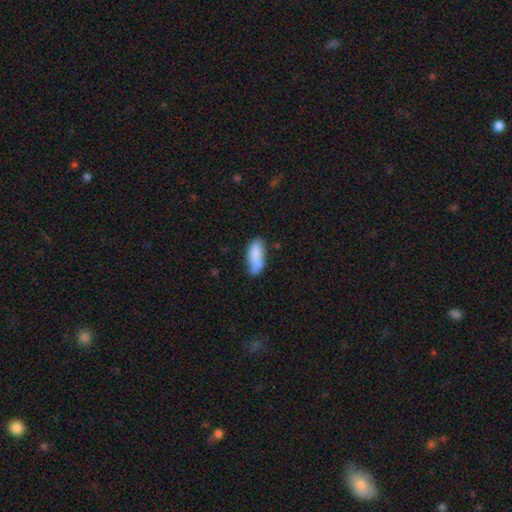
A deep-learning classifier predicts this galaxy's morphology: type=smooth (80%); roundness=in between (82%); merging=none (49%).